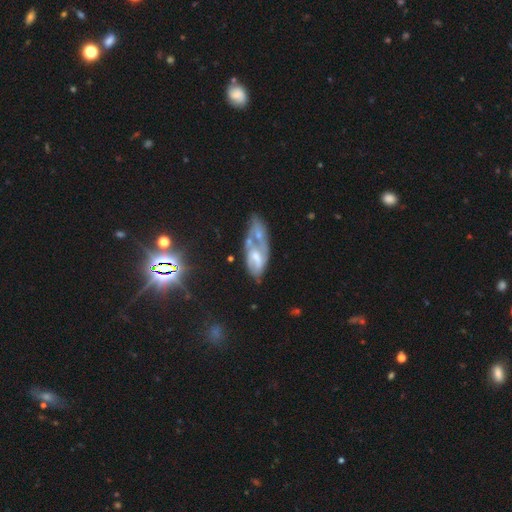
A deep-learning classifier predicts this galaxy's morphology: Smooth or featured? Predicted: featured or disk (p=0.59). Edge-on disk? Predicted: no (p=0.88). Bar? Predicted: no (p=0.55). Spiral arms? Predicted: yes (p=0.52). Bulge size? Predicted: small (p=0.37). Merging? Predicted: merger (p=0.31).